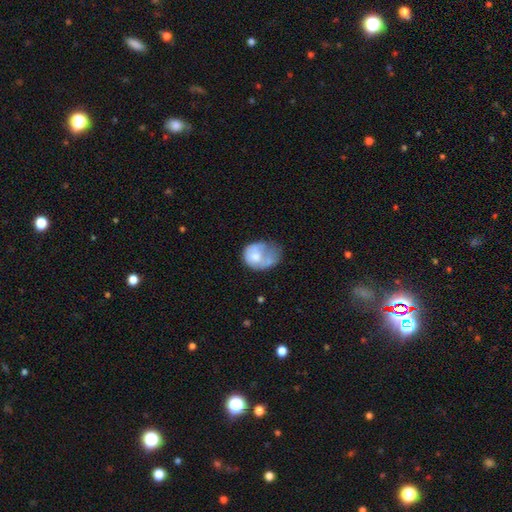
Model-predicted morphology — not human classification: A smooth galaxy with no disk features (58%) that is in between round and cigar-shaped (53%).

Vote fractions:
- Smooth or featured? smooth: 58% / featured or disk: 34% / star or artifact: 7%
- How rounded? in between: 53% / round: 46% / cigar-shaped: 1%
- Merging? major disturbance: 38% / minor disturbance: 28% / none: 20% / merger: 14%